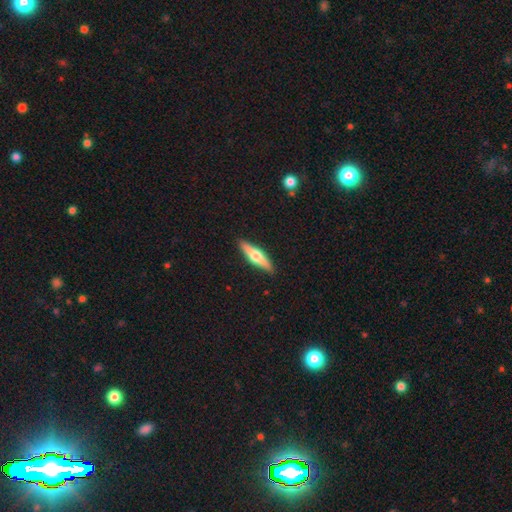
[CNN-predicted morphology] This is possibly a featured or disk galaxy (58%). It is clearly viewed edge-on (95%). Edge-on bulge: clearly rounded (94%). Merging: clearly none (91%).